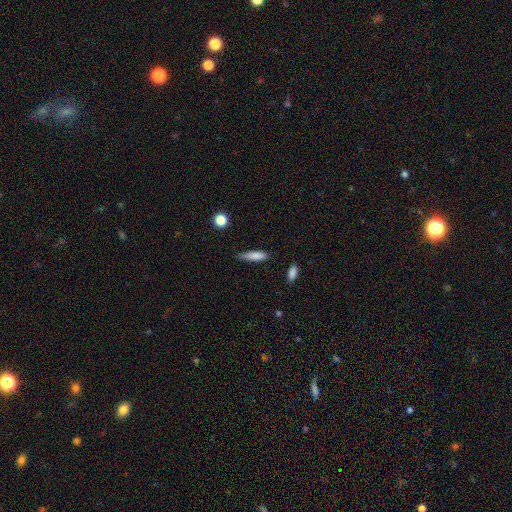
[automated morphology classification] smooth 81%, featured or disk 12%, star or artifact 7%. Down the decision tree: how rounded — cigar-shaped (72%); merging — none (65%).